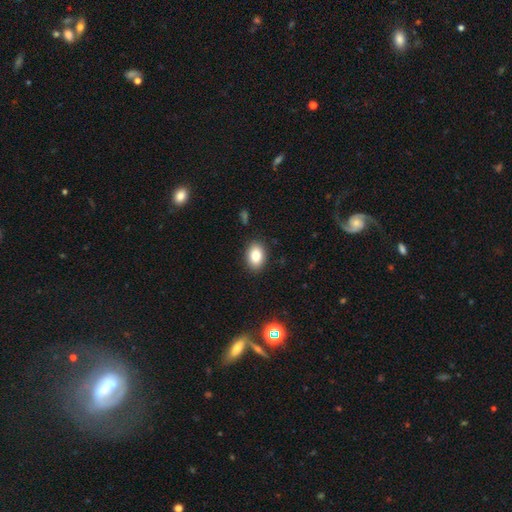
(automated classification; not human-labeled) A smooth galaxy with no disk features (84%) that is in between round and cigar-shaped (82%). Merging: none (88%).